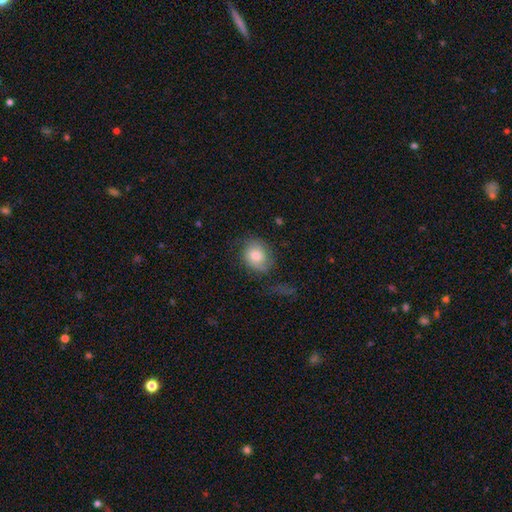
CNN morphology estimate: A smooth galaxy with no disk features (64%) that is round (60%).

Vote fractions:
- Smooth or featured? smooth: 64% / featured or disk: 28% / star or artifact: 8%
- How rounded? round: 60% / in between: 39% / cigar-shaped: 1%
- Merging? none: 59% / minor disturbance: 23% / major disturbance: 16% / merger: 2%